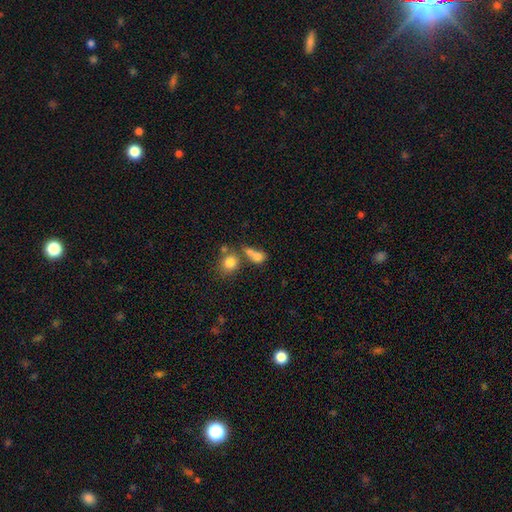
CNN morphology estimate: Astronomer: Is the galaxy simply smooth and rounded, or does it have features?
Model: smooth — 75%.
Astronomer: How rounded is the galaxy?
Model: in between — 53% (runner-up: round, 43%).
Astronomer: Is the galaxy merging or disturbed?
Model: merger — 49% (runner-up: none, 31%).